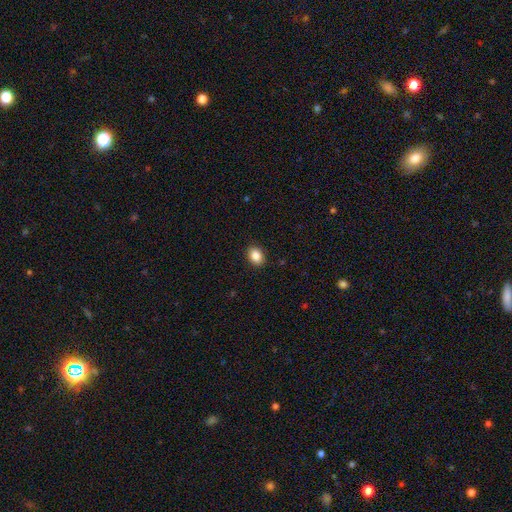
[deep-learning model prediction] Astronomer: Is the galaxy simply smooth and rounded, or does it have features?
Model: smooth — 87%.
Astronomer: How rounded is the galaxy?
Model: in between — 63%.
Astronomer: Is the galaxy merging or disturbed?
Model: none — 90%.